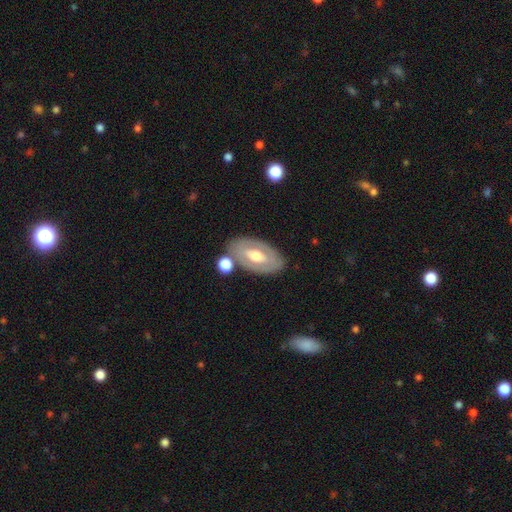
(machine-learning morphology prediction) The model was most divided on "bar": no: 48%, weak: 31%, strong: 21%. More confident: edge-on disk — no (89%); merging — none (74%); bulge size — moderate (72%); spiral arms — no (70%); smooth or featured — featured or disk (61%).